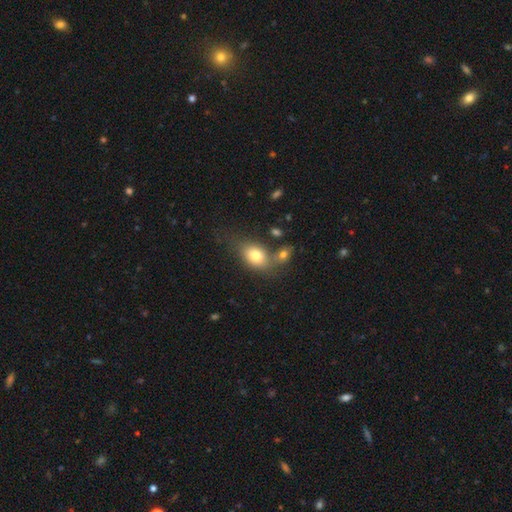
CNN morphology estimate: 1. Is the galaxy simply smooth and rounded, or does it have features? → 76% smooth, 14% featured or disk, 9% star or artifact.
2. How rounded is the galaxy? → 77% in between, 21% round, 2% cigar-shaped.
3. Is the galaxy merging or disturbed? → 51% none, 23% merger, 17% minor disturbance, 8% major disturbance.